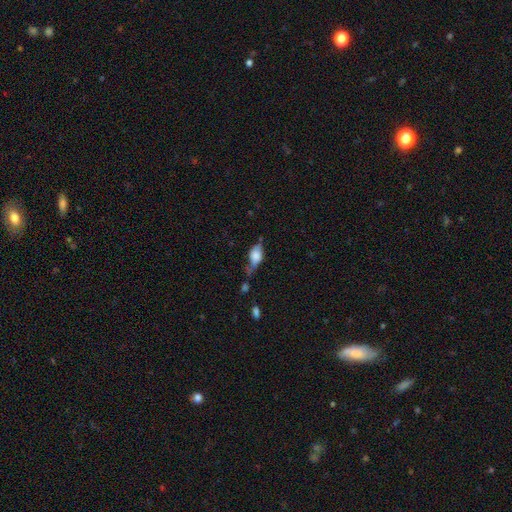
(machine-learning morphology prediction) Q: Smooth or featured?
A: smooth (68%); runner-up: featured or disk (24%)
Q: How rounded?
A: in between (85%); runner-up: round (8%)
Q: Merging?
A: minor disturbance (32%); runner-up: major disturbance (27%)